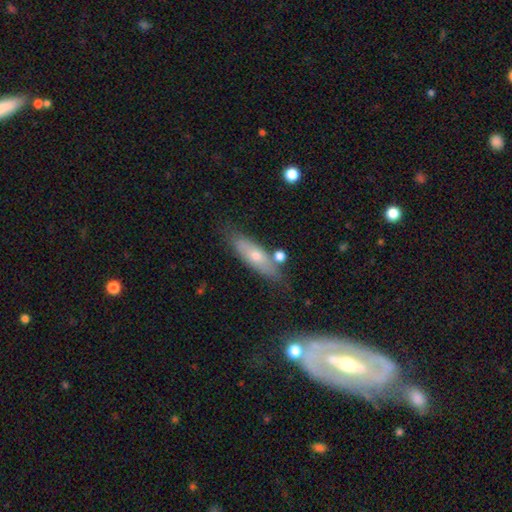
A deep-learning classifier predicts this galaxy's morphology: A smooth galaxy with no disk features (57%) that is cigar-shaped (52%).

Vote fractions:
- Smooth or featured? smooth: 57% / featured or disk: 35% / star or artifact: 8%
- How rounded? cigar-shaped: 52% / in between: 45% / round: 3%
- Merging? none: 72% / minor disturbance: 17% / merger: 7% / major disturbance: 4%